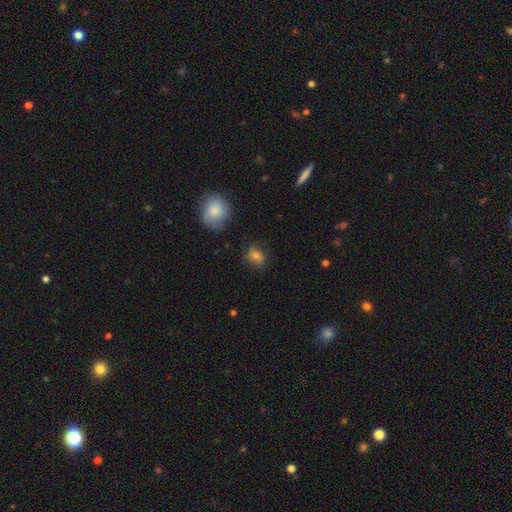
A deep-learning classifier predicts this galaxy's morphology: Smooth or featured? smooth (70%)
How rounded? in between (50%)
Merging? none (68%)